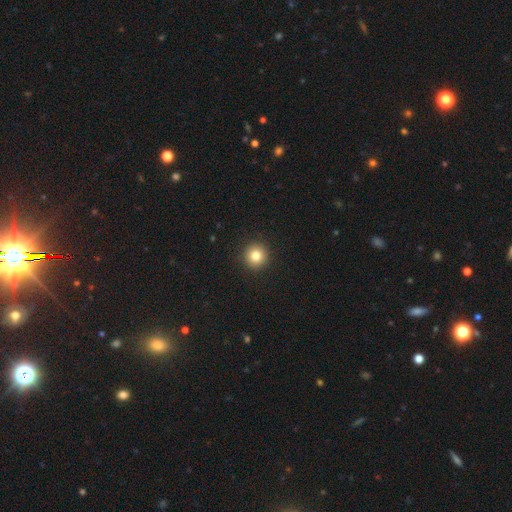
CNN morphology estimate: smooth-or-featured: smooth: 81% | star or artifact: 12% | featured or disk: 7%
  how-rounded: round: 95% | in between: 4% | cigar-shaped: 1%
  merging: none: 93% | minor disturbance: 4% | major disturbance: 2% | merger: 1%